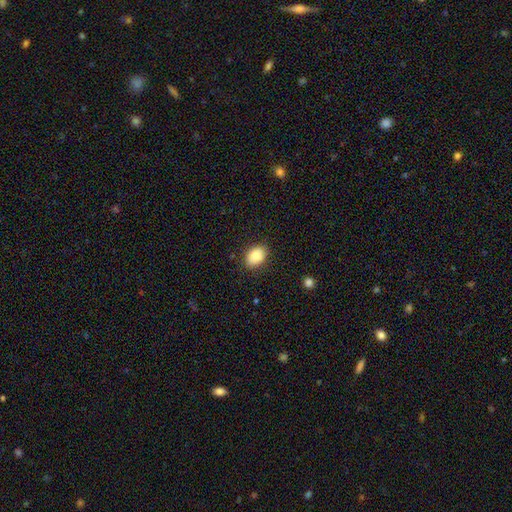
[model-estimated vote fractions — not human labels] Morphology: type=smooth (84%); roundness=in between (76%); merging=none (86%).